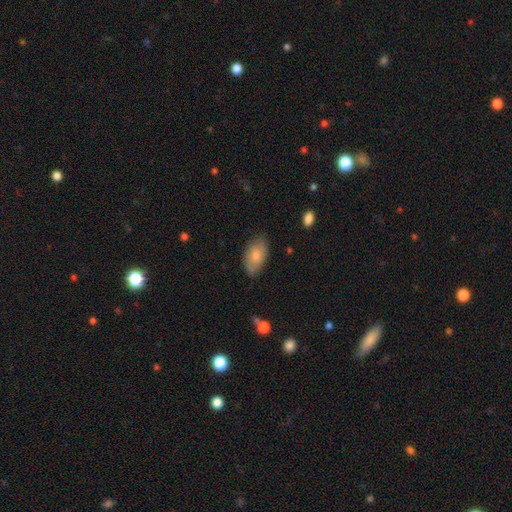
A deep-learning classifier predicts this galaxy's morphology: Smooth or featured? smooth (73%)
How rounded? in between (93%)
Merging? none (76%)